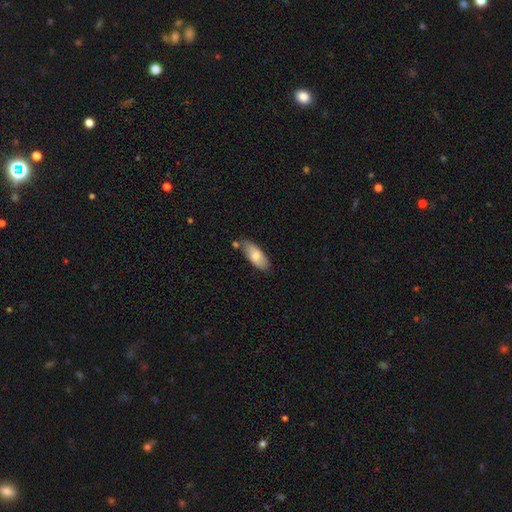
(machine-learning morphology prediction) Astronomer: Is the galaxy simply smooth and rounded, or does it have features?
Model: smooth — 77%.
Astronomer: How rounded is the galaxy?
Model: in between — 83%.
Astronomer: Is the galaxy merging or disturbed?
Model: none — 70%.